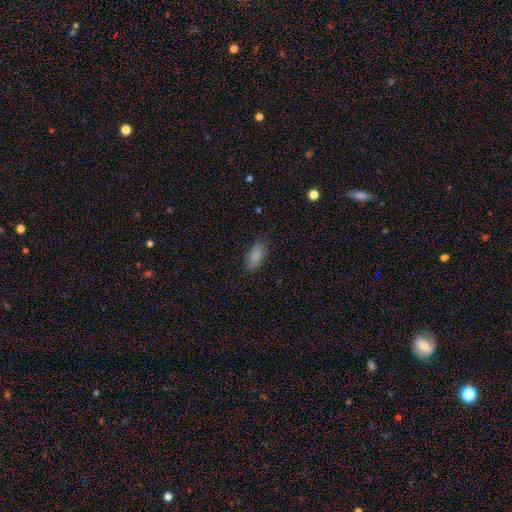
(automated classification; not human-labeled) Morphology: type=smooth (87%); roundness=in between (90%); merging=none (80%).